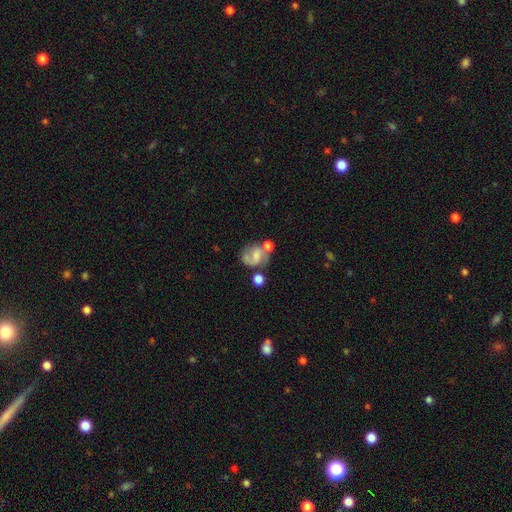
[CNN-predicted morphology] The model was most divided on "bulge size": small: 34%, none: 31%, moderate: 26%, large: 6%, dominant: 2%. Remaining: edge-on disk — no (97%); spiral arms — yes (79%); smooth or featured — featured or disk (55%); bar — no (45%); merging — none (41%).